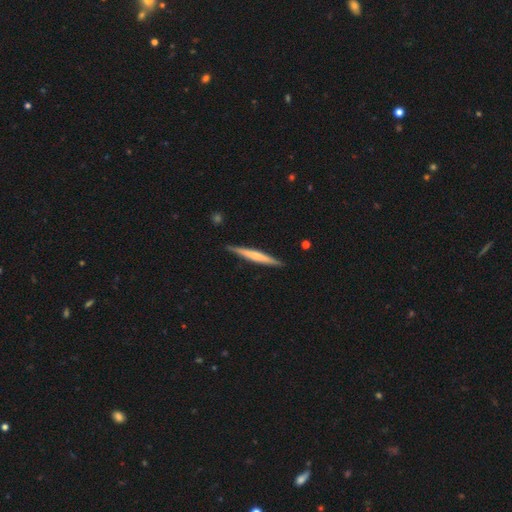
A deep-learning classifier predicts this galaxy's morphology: smooth_or_featured: featured or disk (p=0.49) [alt: smooth p=0.46]
merging: none (p=0.89) [alt: minor disturbance p=0.08]